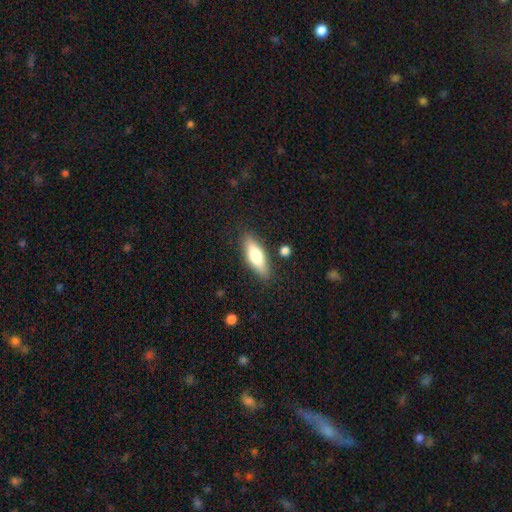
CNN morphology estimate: A smooth galaxy with no disk features (67%) that is in between round and cigar-shaped (57%).

Vote fractions:
- Smooth or featured? smooth: 67% / featured or disk: 27% / star or artifact: 6%
- How rounded? in between: 57% / cigar-shaped: 41% / round: 3%
- Merging? none: 85% / minor disturbance: 10% / major disturbance: 2% / merger: 2%